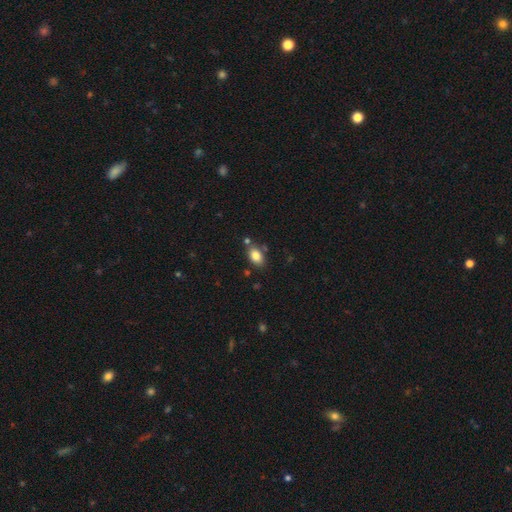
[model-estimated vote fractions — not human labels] This is clearly a smooth galaxy (83%). How rounded: clearly in between (84%). Merging: likely none (74%).